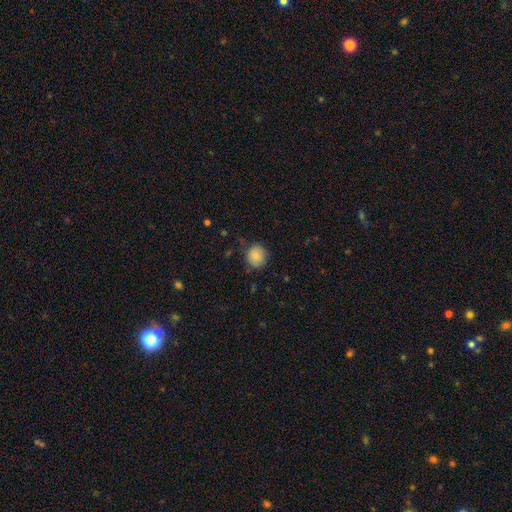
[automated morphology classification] Smooth or featured? Predicted: smooth (p=0.85). How rounded? Predicted: round (p=0.83). Merging? Predicted: none (p=0.78).